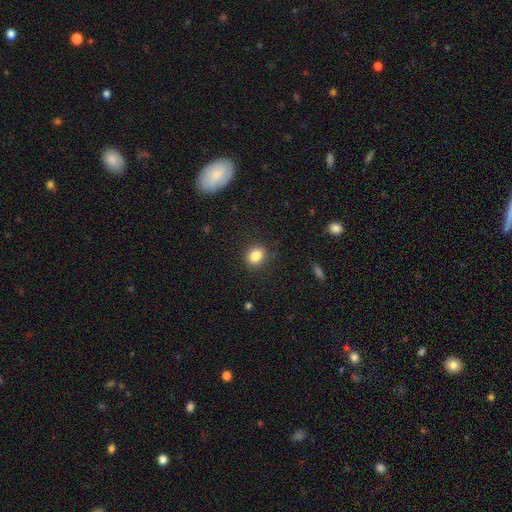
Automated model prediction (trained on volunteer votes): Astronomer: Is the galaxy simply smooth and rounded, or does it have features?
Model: smooth — 84%.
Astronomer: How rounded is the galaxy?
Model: round — 65%.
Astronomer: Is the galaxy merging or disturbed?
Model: none — 87%.